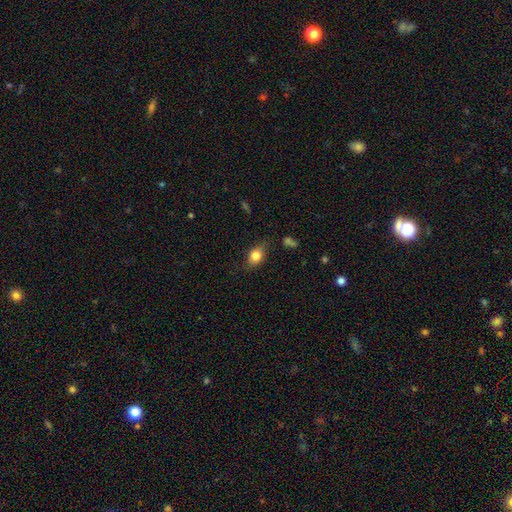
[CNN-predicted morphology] Smooth or featured? Predicted: smooth (p=0.77). How rounded? Predicted: in between (p=0.66). Merging? Predicted: none (p=0.71).